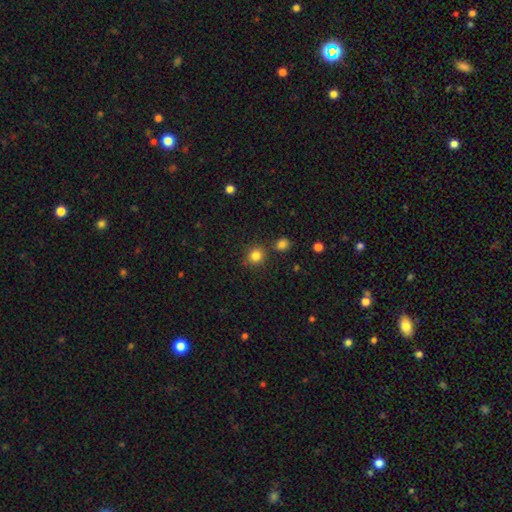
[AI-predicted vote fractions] A smooth galaxy with no disk features (83%) that is round (87%).

Vote fractions:
- Smooth or featured? smooth: 83% / star or artifact: 12% / featured or disk: 5%
- How rounded? round: 87% / in between: 12% / cigar-shaped: 1%
- Merging? none: 81% / minor disturbance: 9% / merger: 7% / major disturbance: 3%